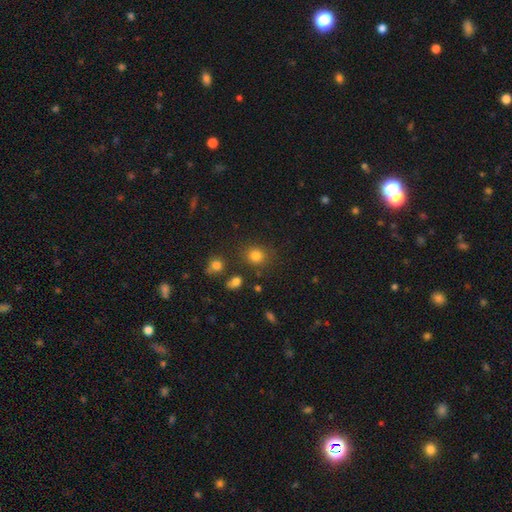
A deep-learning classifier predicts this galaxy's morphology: A smooth galaxy with no disk features (80%) that is round (79%). Merging: none (79%).